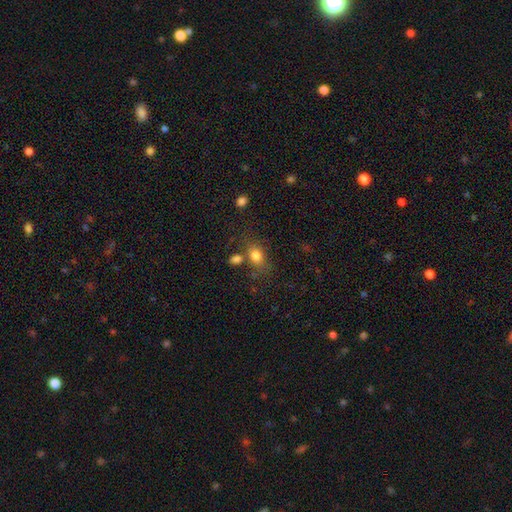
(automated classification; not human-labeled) Smooth or featured?
  - smooth: 81% *
  - star or artifact: 11%
  - featured or disk: 8%
How rounded?
  - in between: 69% *
  - round: 29%
  - cigar-shaped: 2%
Merging?
  - none: 62% *
  - minor disturbance: 16%
  - merger: 15%
  - major disturbance: 7%